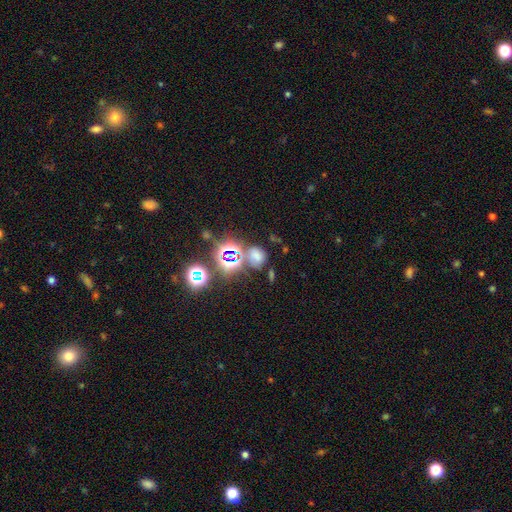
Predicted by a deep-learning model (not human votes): smooth 47%, star or artifact 41%, featured or disk 12%. Down the decision tree: merging — none (55%).